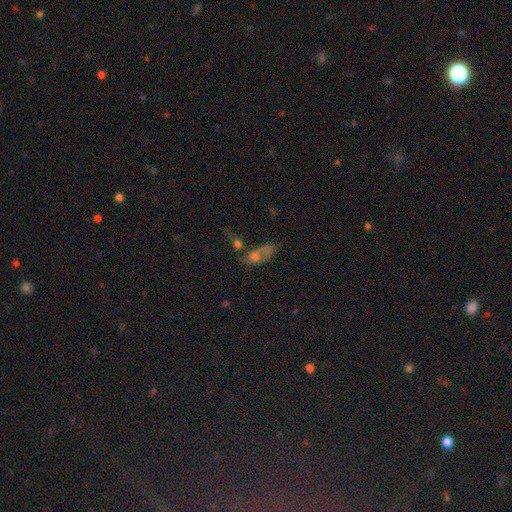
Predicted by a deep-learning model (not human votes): smooth-or-featured: smooth: 42% | featured or disk: 33% | star or artifact: 25%
  merging: merger: 37% | none: 29% | major disturbance: 20% | minor disturbance: 15%